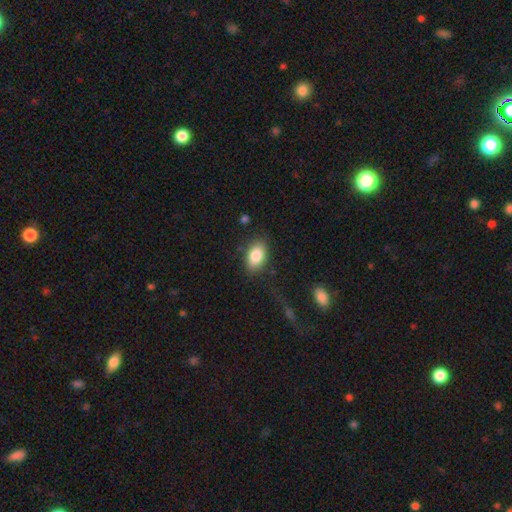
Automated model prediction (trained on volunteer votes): Smooth or featured: smooth — 84% (featured or disk — 9%)
How rounded: in between — 90% (round — 8%)
Merging: none — 81% (minor disturbance — 13%)